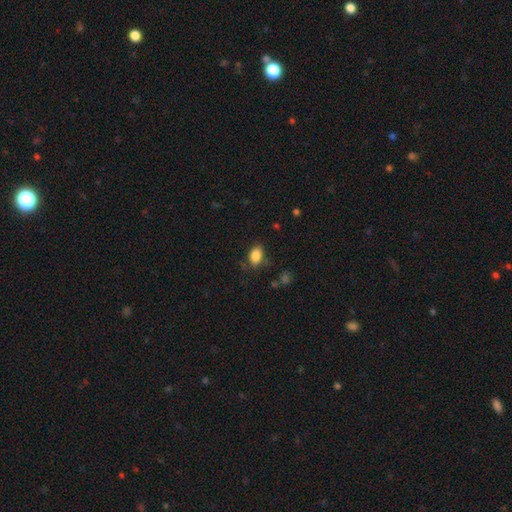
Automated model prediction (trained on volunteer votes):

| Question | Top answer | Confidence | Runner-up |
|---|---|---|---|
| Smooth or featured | smooth | 86% | star or artifact (9%) |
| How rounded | in between | 87% | round (12%) |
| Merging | none | 74% | minor disturbance (18%) |